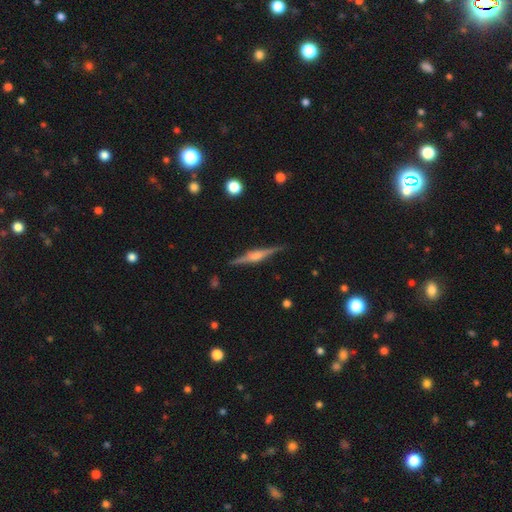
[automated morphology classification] A featured or disk galaxy (78%) viewed edge-on (98%) with a rounded central bulge (65%). Merging: none (88%).